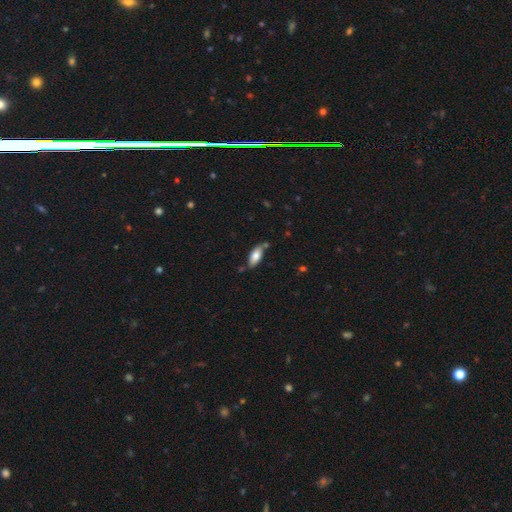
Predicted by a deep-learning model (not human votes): The model was most divided on "merging": none: 72%, minor disturbance: 17%, merger: 7%, major disturbance: 3%. More confident: how rounded — in between (84%); smooth or featured — smooth (76%).